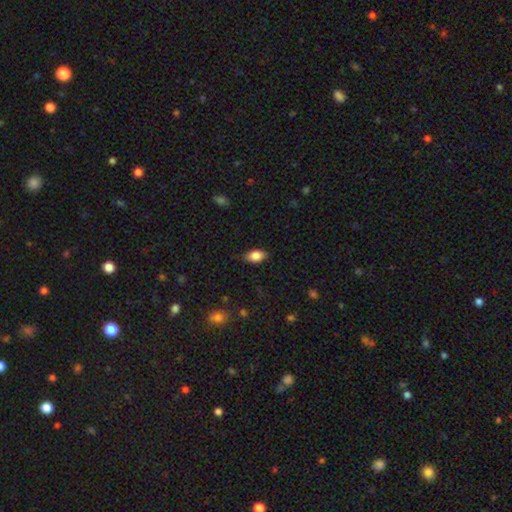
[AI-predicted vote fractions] smooth_or_featured: smooth (p=0.82) [alt: featured or disk p=0.10]
how_rounded: in between (p=0.89) [alt: round p=0.08]
merging: none (p=0.80) [alt: minor disturbance p=0.16]